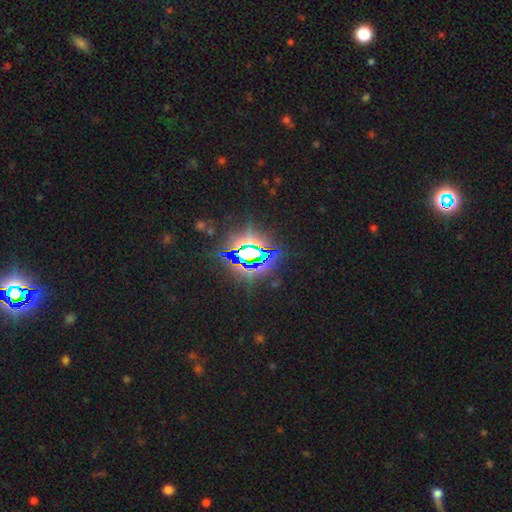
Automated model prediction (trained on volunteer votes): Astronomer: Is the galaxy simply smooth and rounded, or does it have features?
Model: star or artifact — 82%.